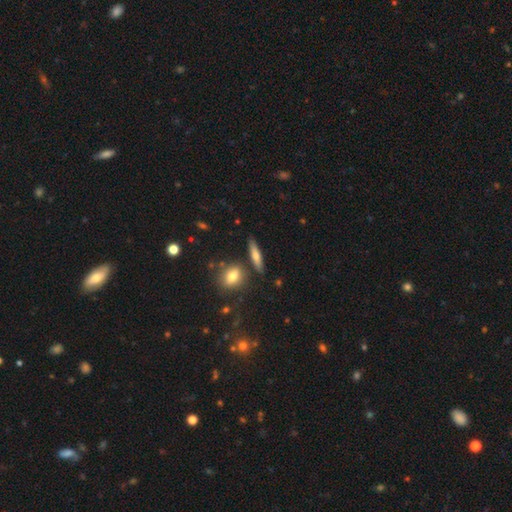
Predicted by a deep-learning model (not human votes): smooth_or_featured: smooth (p=0.55) [alt: featured or disk p=0.36]
how_rounded: cigar-shaped (p=0.75) [alt: in between p=0.20]
merging: none (p=0.81) [alt: minor disturbance p=0.10]